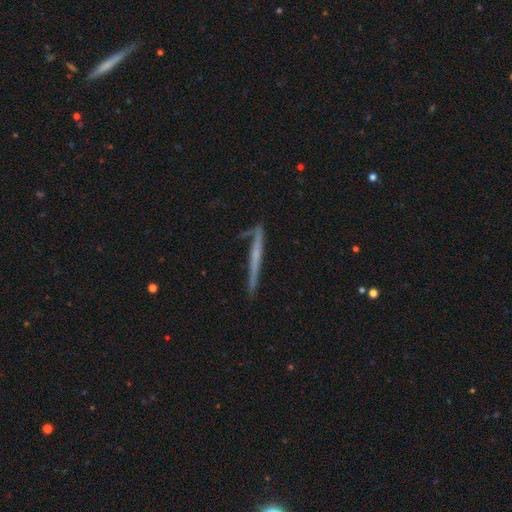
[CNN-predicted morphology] A featured or disk galaxy (56%) viewed edge-on (93%) with no central bulge (80%). Merging: none (74%).